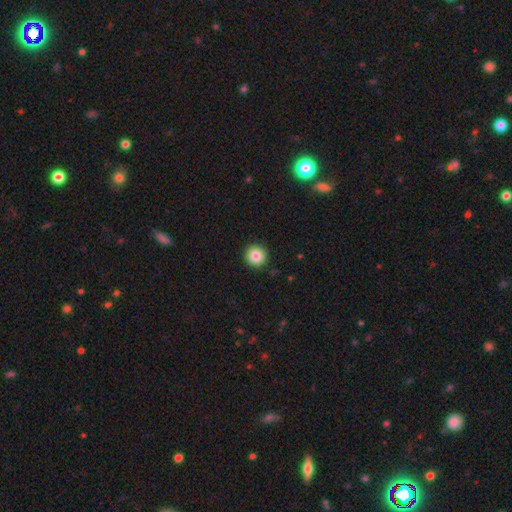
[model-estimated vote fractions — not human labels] Smooth or featured: smooth — 85% (star or artifact — 9%)
How rounded: round — 94% (in between — 5%)
Merging: none — 92% (minor disturbance — 5%)